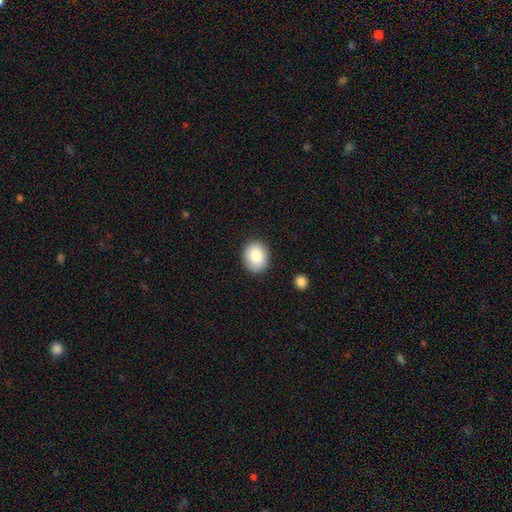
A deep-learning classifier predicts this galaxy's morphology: smooth_or_featured: smooth (p=0.86) [alt: star or artifact p=0.07]
how_rounded: in between (p=0.50) [alt: round p=0.49]
merging: none (p=0.88) [alt: minor disturbance p=0.09]